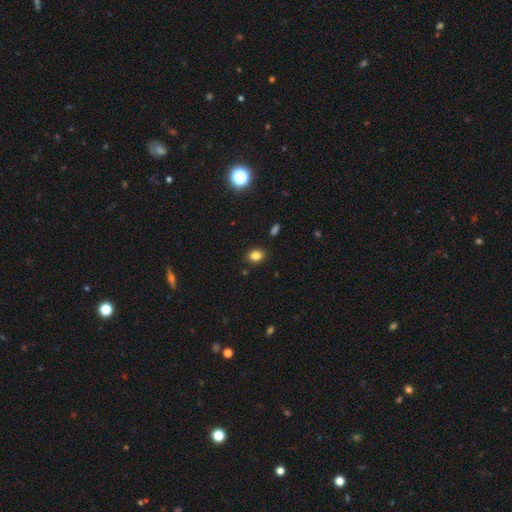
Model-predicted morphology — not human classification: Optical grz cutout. It shows a smooth galaxy with no disk features (83%) that is in between round and cigar-shaped (67%). Merging: none (88%).